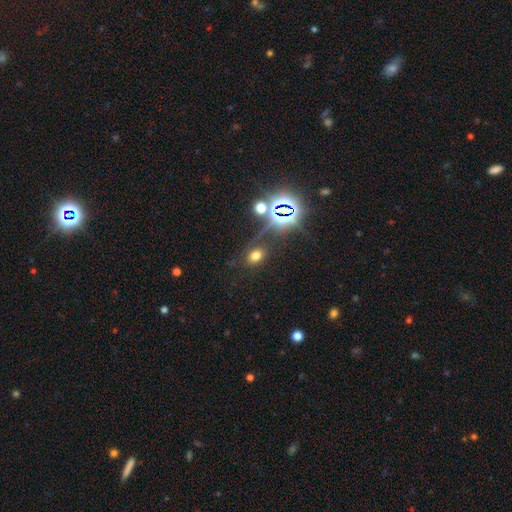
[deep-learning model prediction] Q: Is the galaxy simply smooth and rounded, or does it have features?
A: smooth — 61%.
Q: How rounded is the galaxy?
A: in between — 69%.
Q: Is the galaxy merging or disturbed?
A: none — 75%.